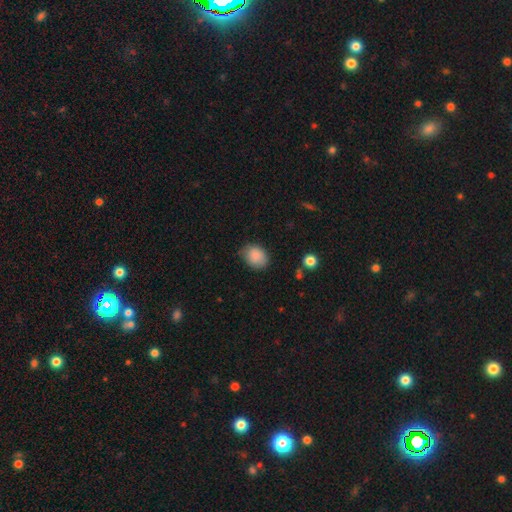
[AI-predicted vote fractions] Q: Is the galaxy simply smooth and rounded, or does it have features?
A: smooth — 87%.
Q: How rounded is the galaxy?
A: in between — 58%.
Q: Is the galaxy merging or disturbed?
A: none — 74%.